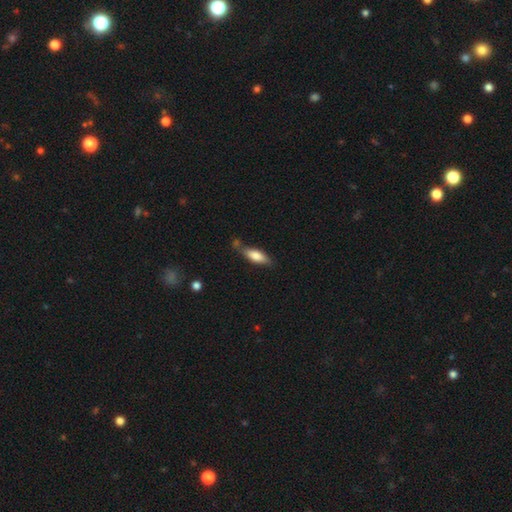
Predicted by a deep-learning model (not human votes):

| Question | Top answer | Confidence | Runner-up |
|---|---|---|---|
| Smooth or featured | smooth | 71% | featured or disk (23%) |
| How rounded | in between | 58% | cigar-shaped (40%) |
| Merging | none | 60% | minor disturbance (22%) |